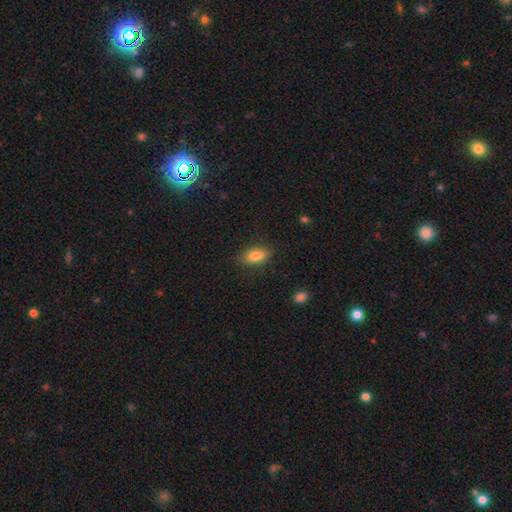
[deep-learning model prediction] Smooth or featured: smooth — 81% (featured or disk — 11%)
How rounded: in between — 86% (cigar-shaped — 9%)
Merging: none — 84% (minor disturbance — 12%)